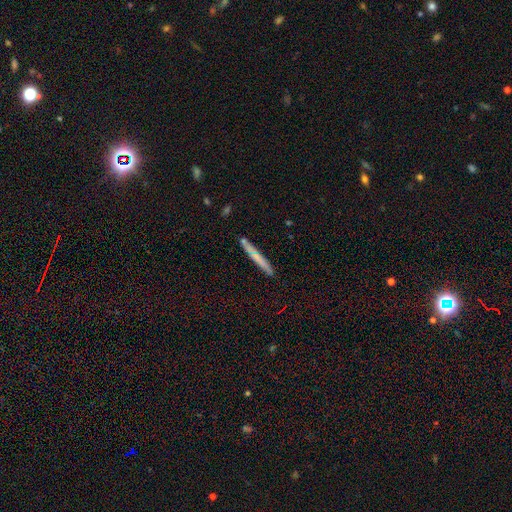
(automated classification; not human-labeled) A smooth galaxy with no disk features (57%) that is cigar-shaped (96%). Merging: none (84%).